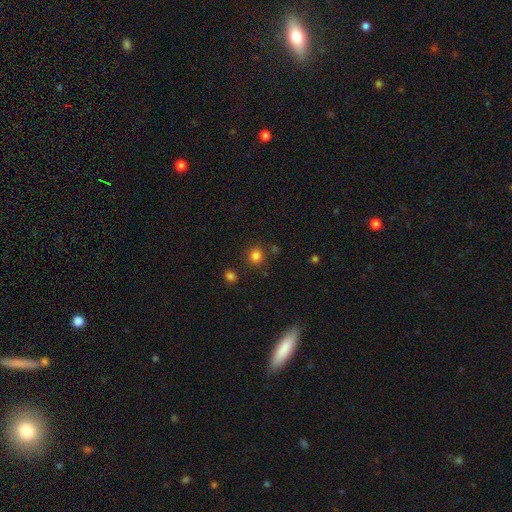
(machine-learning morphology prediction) type=smooth (82%); roundness=round (89%); merging=none (84%).